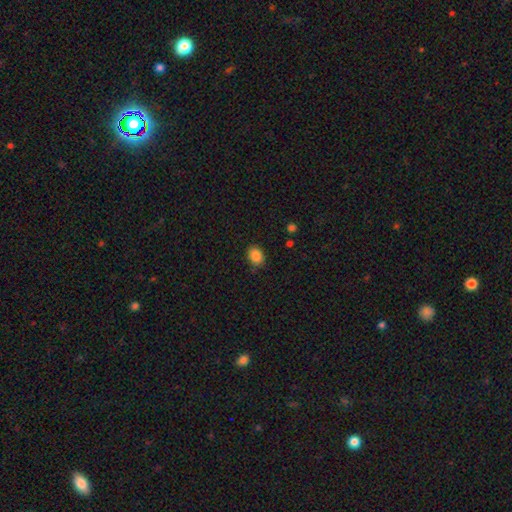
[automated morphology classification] A smooth galaxy with no disk features (88%) that is in between round and cigar-shaped (69%).

Vote fractions:
- Smooth or featured? smooth: 88% / star or artifact: 9% / featured or disk: 3%
- How rounded? in between: 69% / round: 30% / cigar-shaped: 1%
- Merging? none: 85% / minor disturbance: 11% / major disturbance: 3% / merger: 1%